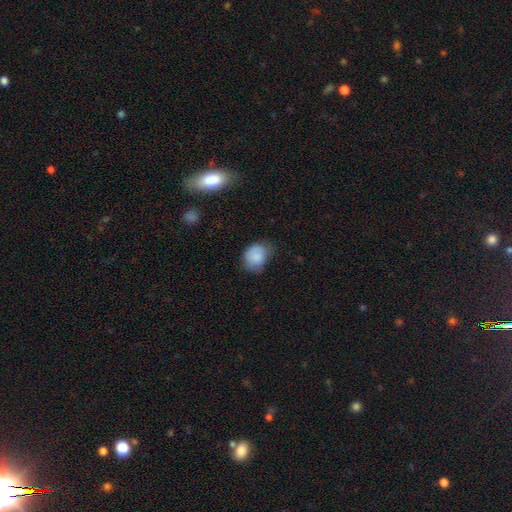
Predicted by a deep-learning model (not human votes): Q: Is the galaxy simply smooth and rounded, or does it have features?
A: smooth — 85%.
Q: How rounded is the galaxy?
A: round — 58%.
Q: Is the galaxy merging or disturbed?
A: none — 56%.